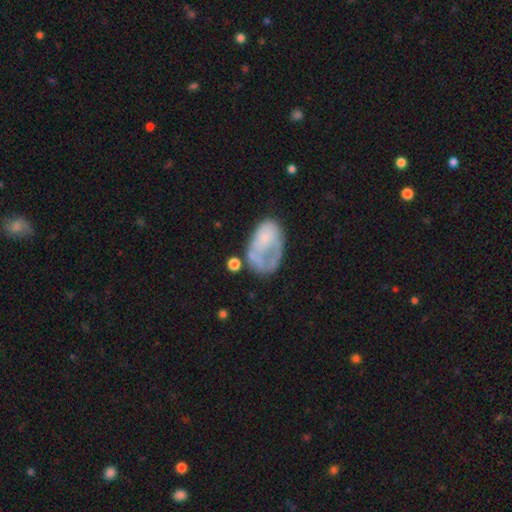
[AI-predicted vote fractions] The model was most divided on "smooth or featured": smooth: 48%, featured or disk: 43%, star or artifact: 8%. Remaining: merging — major disturbance (36%).